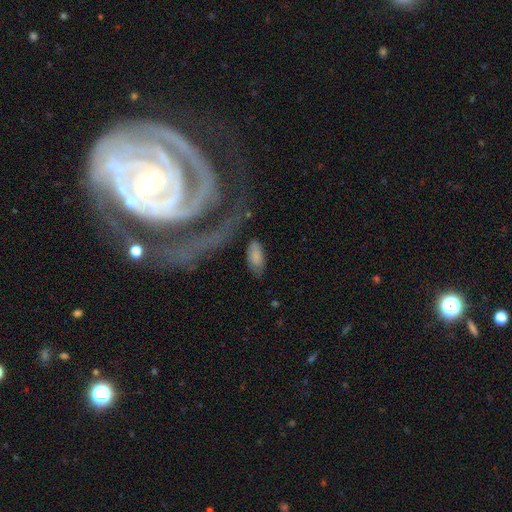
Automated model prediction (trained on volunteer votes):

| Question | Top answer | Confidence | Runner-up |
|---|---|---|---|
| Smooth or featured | smooth | 80% | featured or disk (13%) |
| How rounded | in between | 90% | cigar-shaped (7%) |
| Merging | none | 72% | minor disturbance (16%) |